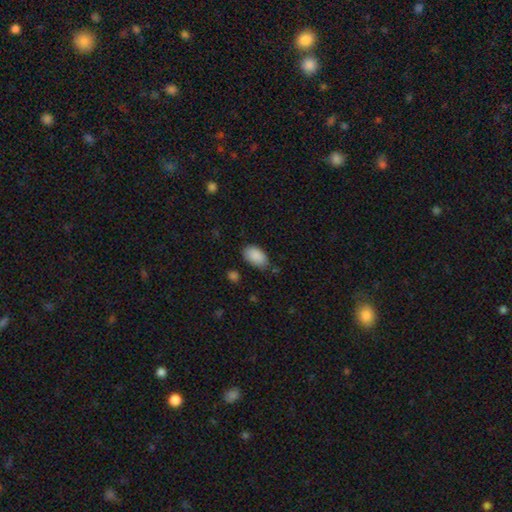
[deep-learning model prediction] smooth_or_featured: smooth (p=0.90) [alt: star or artifact p=0.07]
how_rounded: in between (p=0.93) [alt: round p=0.05]
merging: none (p=0.74) [alt: minor disturbance p=0.20]